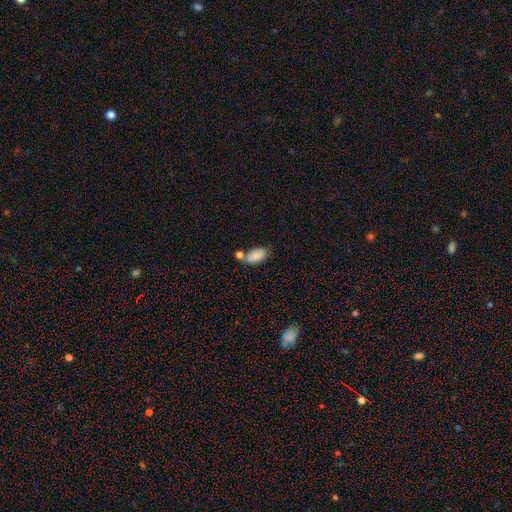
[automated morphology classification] smooth 84%, featured or disk 8%, star or artifact 8%. Down the decision tree: how rounded — in between (93%); merging — none (48%).